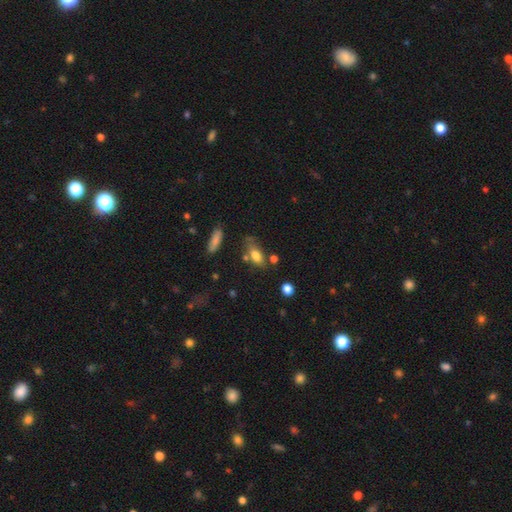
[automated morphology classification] Overall: smooth (75%). How rounded: in between (80%). Merging: none (51%; minor disturbance 24%).